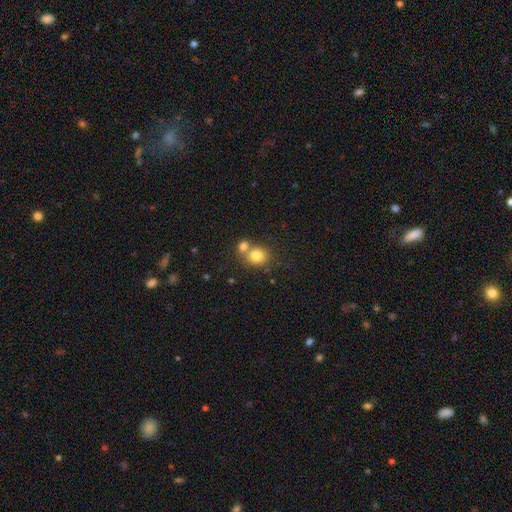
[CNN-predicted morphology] smooth 80%, star or artifact 11%, featured or disk 9%. Down the decision tree: how rounded — round (73%); merging — none (48%).